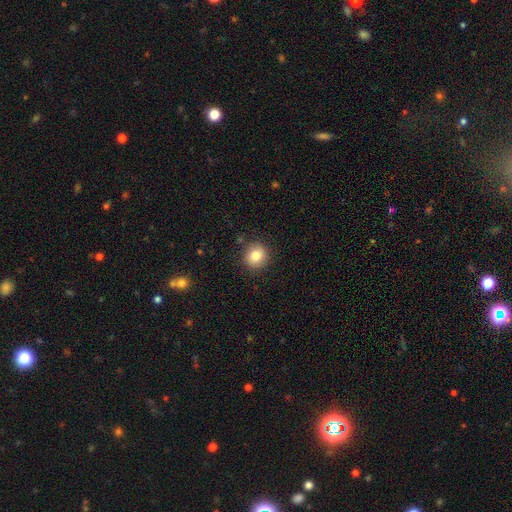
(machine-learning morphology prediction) smooth 83%, star or artifact 9%, featured or disk 7%. Down the decision tree: how rounded — round (84%); merging — none (88%).